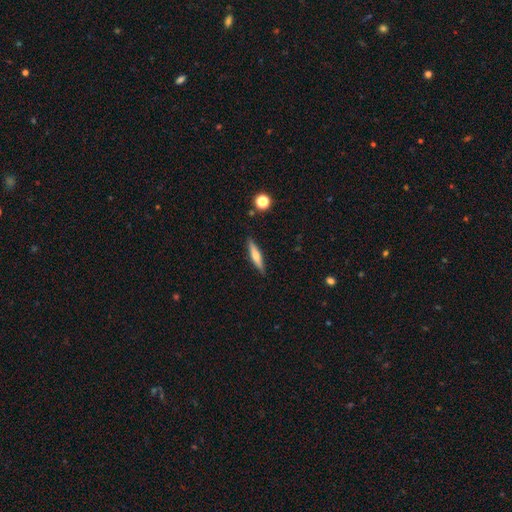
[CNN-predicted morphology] Smooth or featured?
  - smooth: 49% *
  - featured or disk: 44%
  - star or artifact: 7%
Merging?
  - none: 88% *
  - minor disturbance: 8%
  - major disturbance: 2%
  - merger: 2%